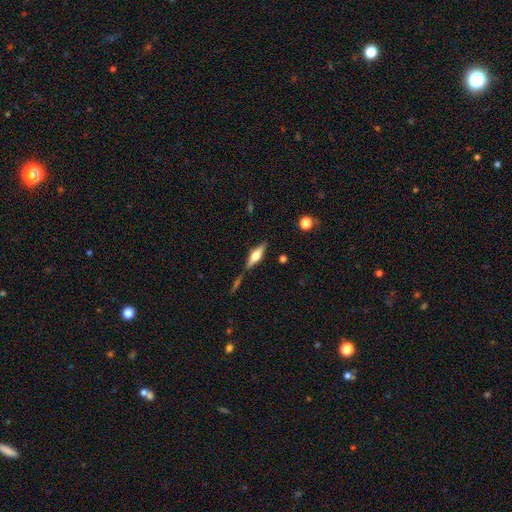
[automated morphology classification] Smooth or featured?
  - featured or disk: 58% *
  - smooth: 35%
  - star or artifact: 7%
Edge-on disk?
  - yes: 94% *
  - no: 6%
Edge-on bulge?
  - rounded: 88% *
  - boxy: 10%
  - none: 3%
Merging?
  - none: 68% *
  - minor disturbance: 16%
  - merger: 10%
  - major disturbance: 6%